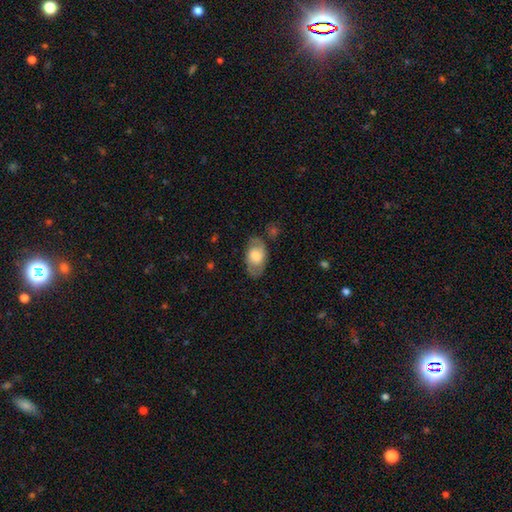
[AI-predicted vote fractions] Smooth or featured? Predicted: smooth (p=0.53). How rounded? Predicted: in between (p=0.91). Merging? Predicted: none (p=0.74).